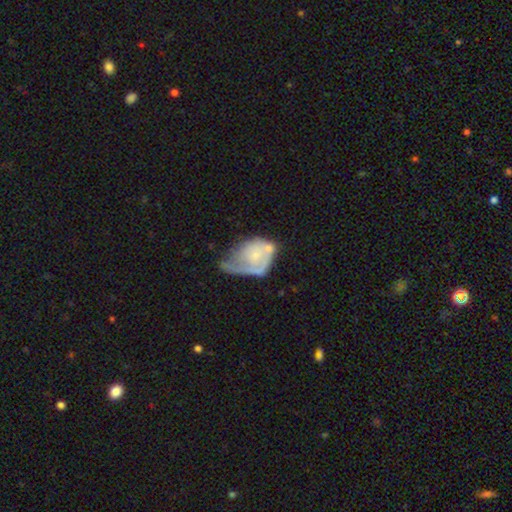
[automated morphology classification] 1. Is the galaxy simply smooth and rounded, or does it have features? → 55% featured or disk, 38% smooth, 6% star or artifact.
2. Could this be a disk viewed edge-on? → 97% no, 3% yes.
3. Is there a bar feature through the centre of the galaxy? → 83% no, 15% weak, 3% strong.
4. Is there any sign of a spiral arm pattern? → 55% yes, 45% no.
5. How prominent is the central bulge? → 50% small, 22% moderate, 22% none, 4% large, 2% dominant.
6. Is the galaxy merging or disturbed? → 41% major disturbance, 24% minor disturbance, 19% none, 16% merger.